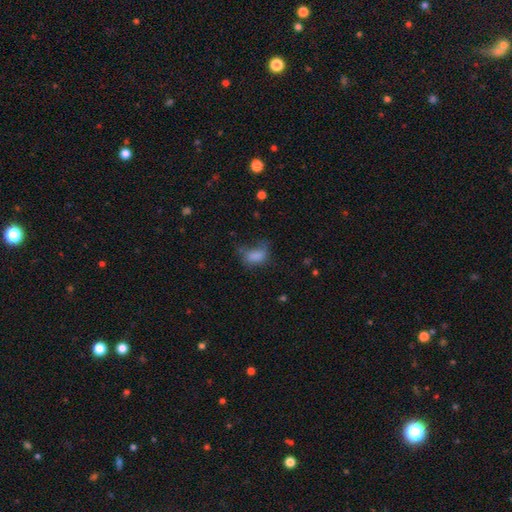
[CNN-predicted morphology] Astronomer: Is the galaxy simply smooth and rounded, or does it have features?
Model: smooth — 77%.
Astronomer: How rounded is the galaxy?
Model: in between — 86%.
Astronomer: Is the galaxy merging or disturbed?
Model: none — 34% (runner-up: minor disturbance, 31%).